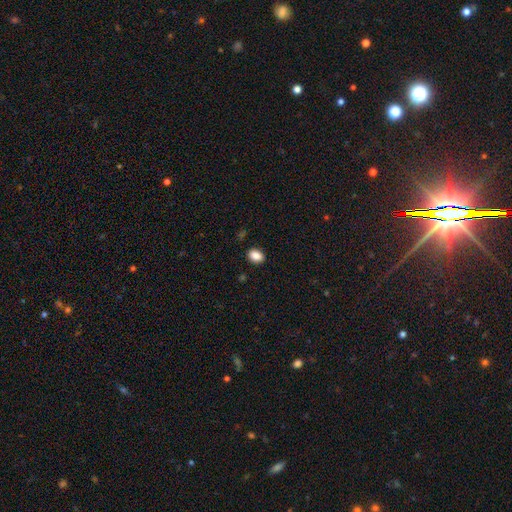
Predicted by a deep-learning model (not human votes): Smooth or featured?
  - smooth: 88% *
  - star or artifact: 8%
  - featured or disk: 4%
How rounded?
  - in between: 77% *
  - round: 22%
  - cigar-shaped: 1%
Merging?
  - none: 88% *
  - minor disturbance: 9%
  - major disturbance: 2%
  - merger: 1%